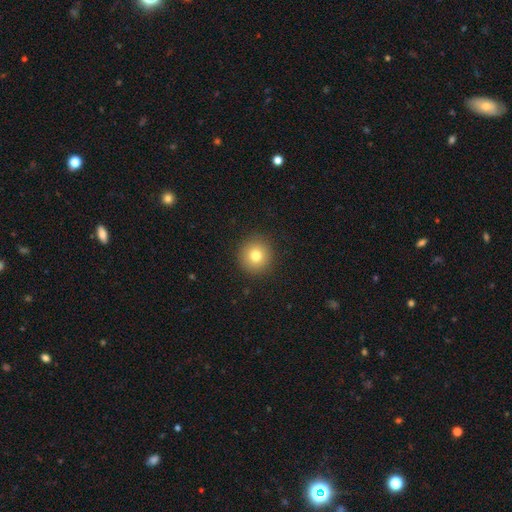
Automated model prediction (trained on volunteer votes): Smooth or featured?
  - smooth: 78% *
  - star or artifact: 12%
  - featured or disk: 10%
How rounded?
  - round: 95% *
  - in between: 5%
  - cigar-shaped: 1%
Merging?
  - none: 91% *
  - minor disturbance: 6%
  - major disturbance: 2%
  - merger: 1%